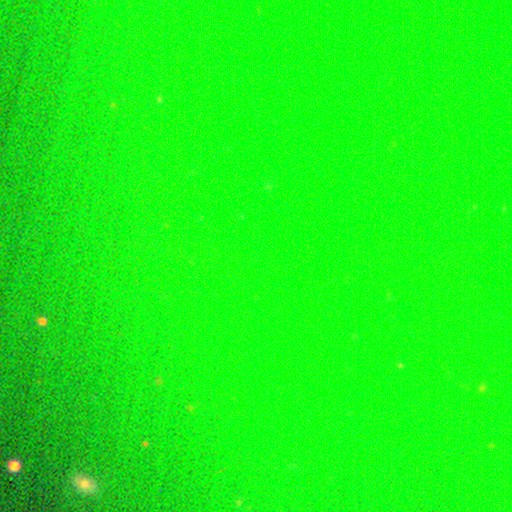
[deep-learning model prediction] Smooth or featured: star or artifact — 80% (smooth — 11%)